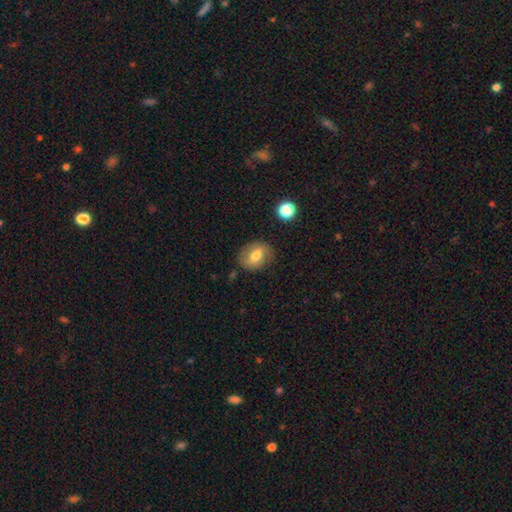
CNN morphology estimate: Overall: smooth (62%; featured or disk 29%). How rounded: in between (54%; round 44%). Merging: none (79%).